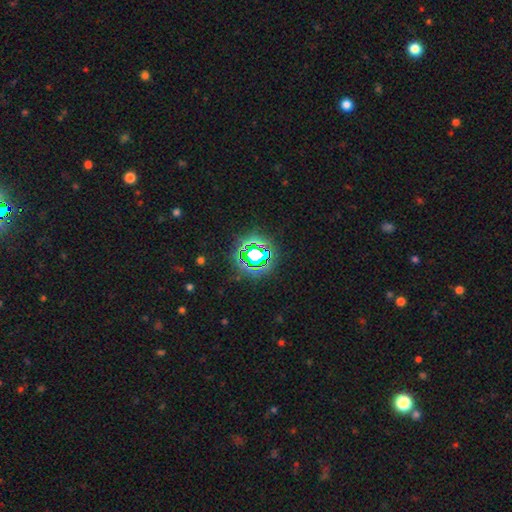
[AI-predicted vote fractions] Smooth or featured?
  - star or artifact: 72% *
  - smooth: 17%
  - featured or disk: 11%